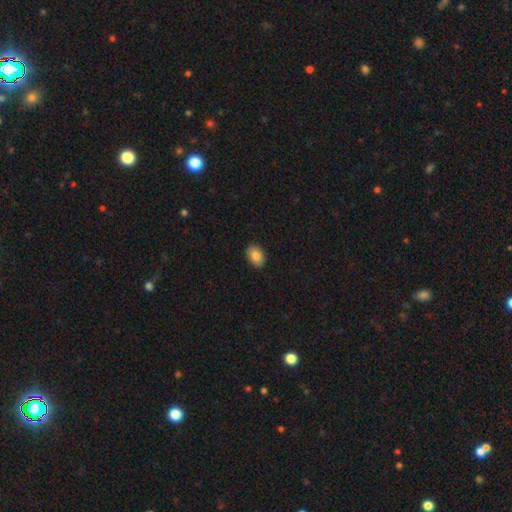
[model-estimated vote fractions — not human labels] Overall: smooth (83%). How rounded: in between (85%). Merging: none (90%).